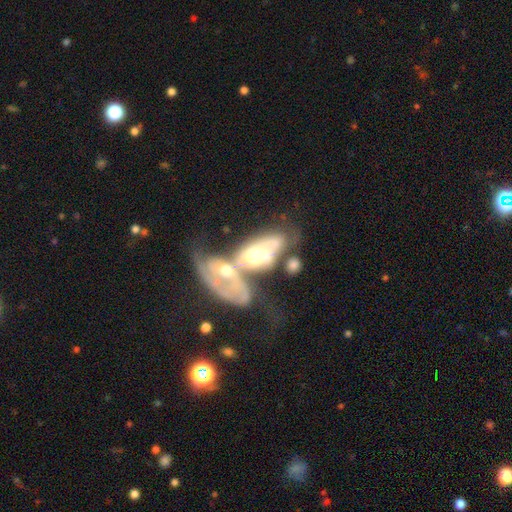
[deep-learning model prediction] Smooth or featured? featured or disk (69%)
Edge-on disk? no (90%)
Bar? no (71%)
Spiral arms? yes (65%)
Bulge size? moderate (61%)
Merging? merger (76%)